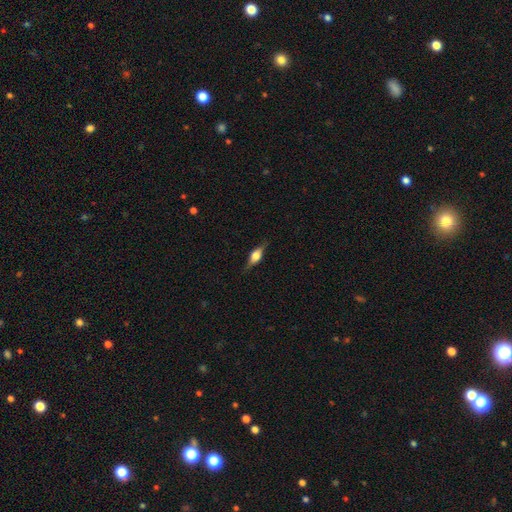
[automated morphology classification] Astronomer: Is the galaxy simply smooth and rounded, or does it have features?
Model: featured or disk — 62%.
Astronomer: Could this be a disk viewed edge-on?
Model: yes — 95%.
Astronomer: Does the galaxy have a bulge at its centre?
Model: rounded — 90%.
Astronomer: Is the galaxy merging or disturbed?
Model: none — 83%.